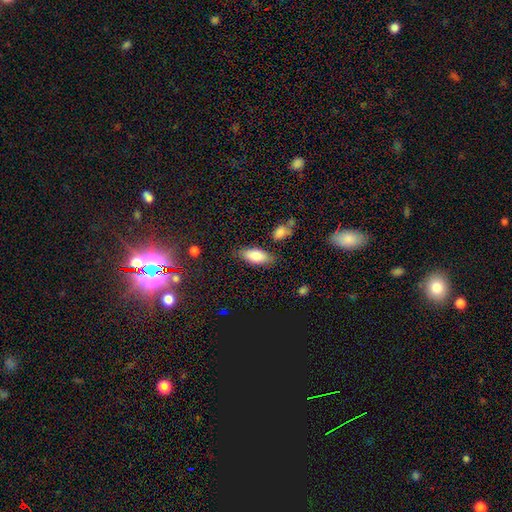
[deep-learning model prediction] A smooth galaxy with no disk features (80%) that is in between round and cigar-shaped (84%). Merging: none (77%).